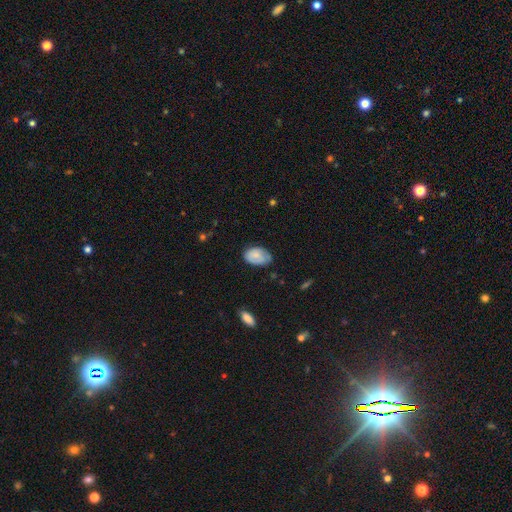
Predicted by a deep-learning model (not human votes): A smooth galaxy with no disk features (69%) that is in between round and cigar-shaped (89%).

Vote fractions:
- Smooth or featured? smooth: 69% / featured or disk: 24% / star or artifact: 7%
- How rounded? in between: 89% / round: 10% / cigar-shaped: 1%
- Merging? none: 63% / minor disturbance: 29% / major disturbance: 7% / merger: 2%